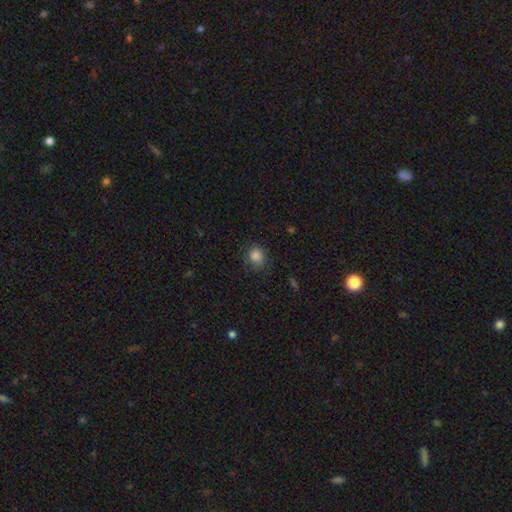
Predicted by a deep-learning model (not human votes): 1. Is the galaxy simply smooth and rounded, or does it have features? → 84% smooth, 10% star or artifact, 6% featured or disk.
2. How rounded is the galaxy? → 83% round, 16% in between, 1% cigar-shaped.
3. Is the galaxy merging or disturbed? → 72% none, 20% minor disturbance, 7% major disturbance, 1% merger.